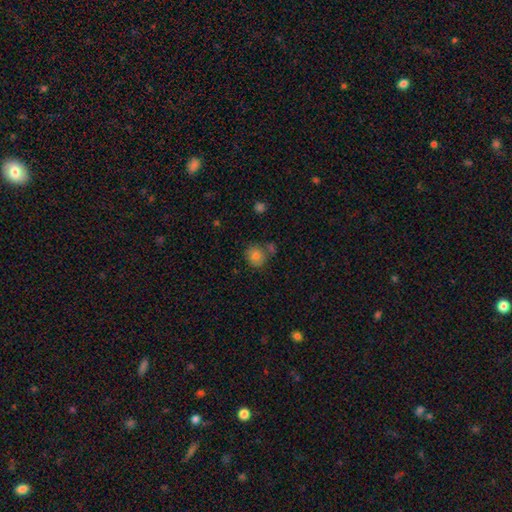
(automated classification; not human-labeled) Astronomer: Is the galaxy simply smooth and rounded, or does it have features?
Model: smooth — 81%.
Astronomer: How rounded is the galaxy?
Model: round — 80%.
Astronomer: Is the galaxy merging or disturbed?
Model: none — 68%.